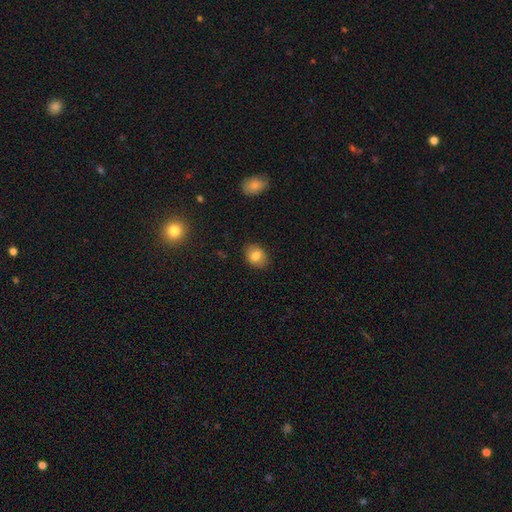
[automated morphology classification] smooth-or-featured: smooth: 81% | featured or disk: 10% | star or artifact: 9%
  how-rounded: in between: 60% | round: 39% | cigar-shaped: 1%
  merging: none: 87% | minor disturbance: 10% | major disturbance: 2% | merger: 1%